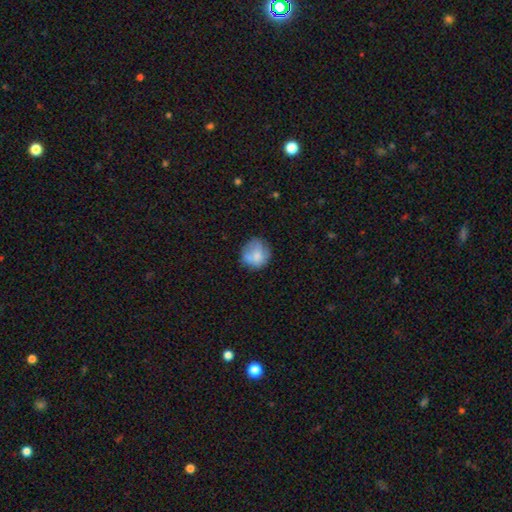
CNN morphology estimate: smooth 72%, featured or disk 20%, star or artifact 9%. Down the decision tree: how rounded — round (80%); merging — none (58%).